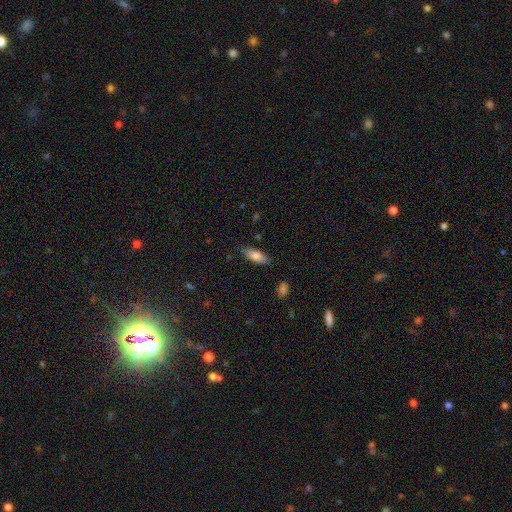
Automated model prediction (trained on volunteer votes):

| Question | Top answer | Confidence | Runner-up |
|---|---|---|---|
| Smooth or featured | smooth | 79% | featured or disk (14%) |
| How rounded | in between | 62% | cigar-shaped (36%) |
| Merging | none | 82% | minor disturbance (13%) |